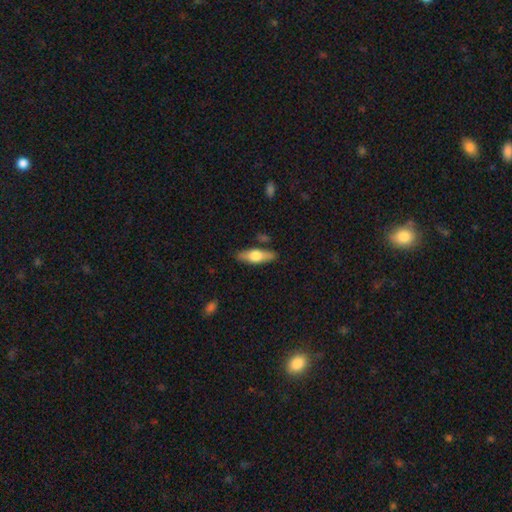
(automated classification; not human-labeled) Smooth or featured: smooth — 54% (featured or disk — 40%)
How rounded: in between — 53% (cigar-shaped — 44%)
Merging: none — 85% (minor disturbance — 10%)